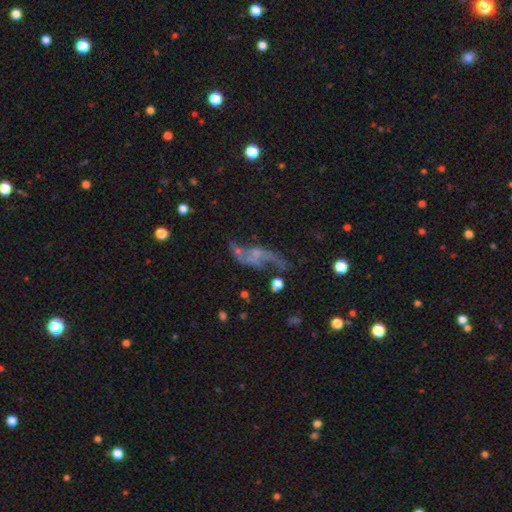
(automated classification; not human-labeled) Morphology: type=featured or disk (65%); edge-on=no (92%); bar=no (73%); spiral arms=yes (56%); bulge=none (57%); merging=none (33%, tied with major disturbance).